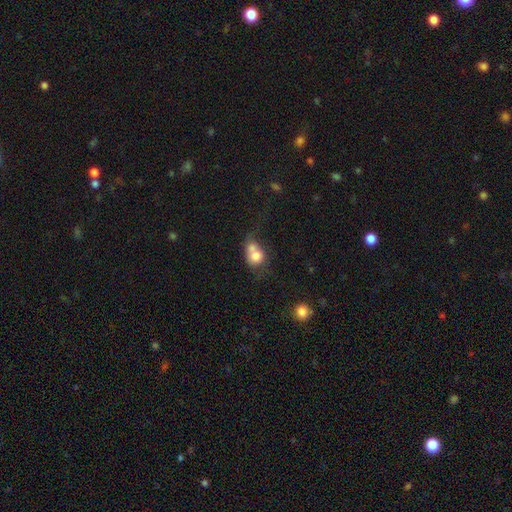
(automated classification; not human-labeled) smooth-or-featured: smooth: 72% | featured or disk: 18% | star or artifact: 10%
  how-rounded: round: 62% | in between: 36% | cigar-shaped: 1%
  merging: merger: 60% | none: 22% | minor disturbance: 10% | major disturbance: 8%